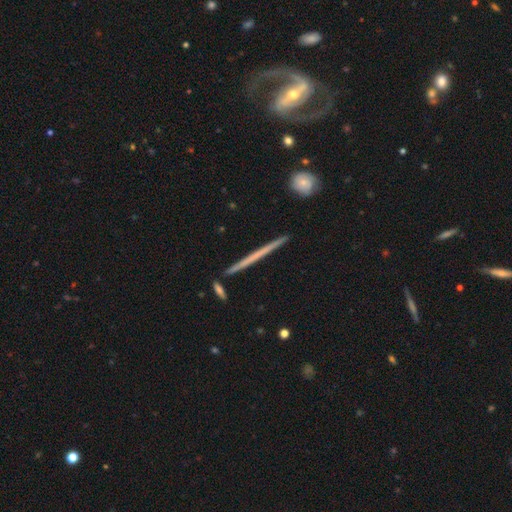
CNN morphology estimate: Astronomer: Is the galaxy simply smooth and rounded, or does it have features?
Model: featured or disk — 60%.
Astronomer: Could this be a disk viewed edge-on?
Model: yes — 97%.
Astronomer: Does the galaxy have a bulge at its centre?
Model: none — 87%.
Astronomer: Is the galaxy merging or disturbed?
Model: none — 91%.